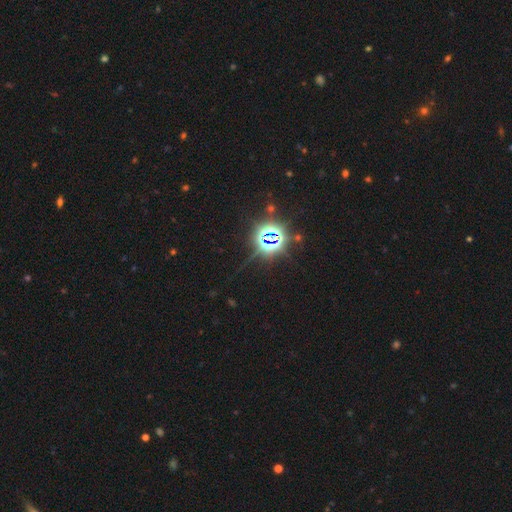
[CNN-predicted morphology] type=star or artifact (85%).